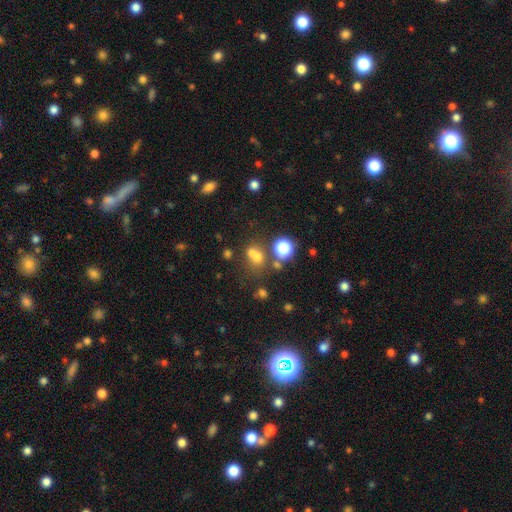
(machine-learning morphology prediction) Smooth or featured?
  - smooth: 60% *
  - star or artifact: 28%
  - featured or disk: 12%
How rounded?
  - round: 68% *
  - in between: 31%
  - cigar-shaped: 1%
Merging?
  - none: 47% *
  - merger: 36%
  - minor disturbance: 10%
  - major disturbance: 7%